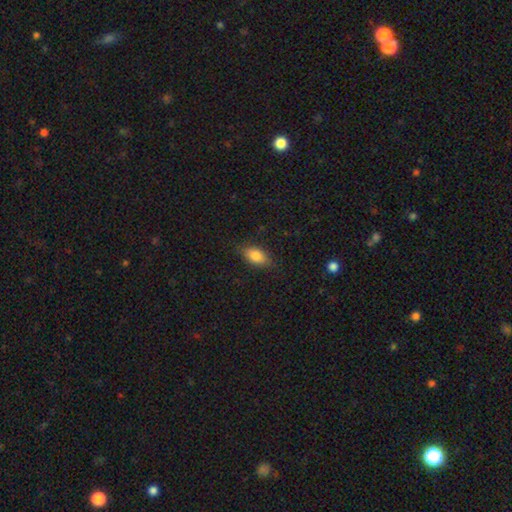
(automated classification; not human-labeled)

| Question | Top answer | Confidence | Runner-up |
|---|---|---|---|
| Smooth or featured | smooth | 82% | featured or disk (10%) |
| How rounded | in between | 87% | cigar-shaped (7%) |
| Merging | none | 80% | minor disturbance (15%) |